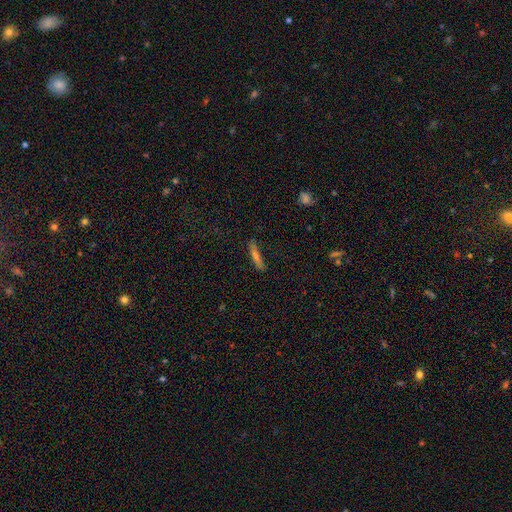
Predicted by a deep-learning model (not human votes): smooth-or-featured: smooth: 47% | featured or disk: 40% | star or artifact: 13%
  merging: none: 81% | minor disturbance: 13% | major disturbance: 3% | merger: 2%